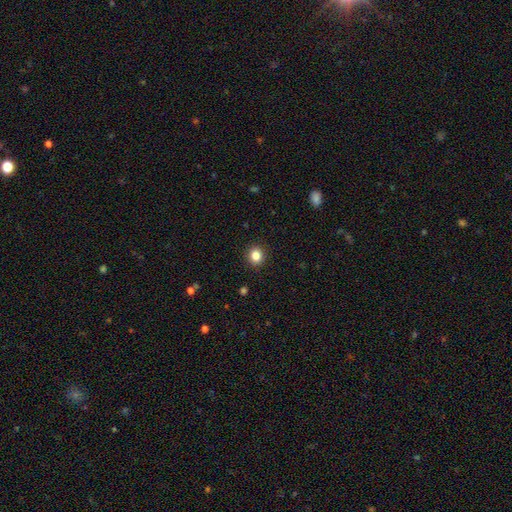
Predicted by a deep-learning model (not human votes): smooth 85%, star or artifact 11%, featured or disk 4%. Down the decision tree: how rounded — round (83%); merging — none (92%).